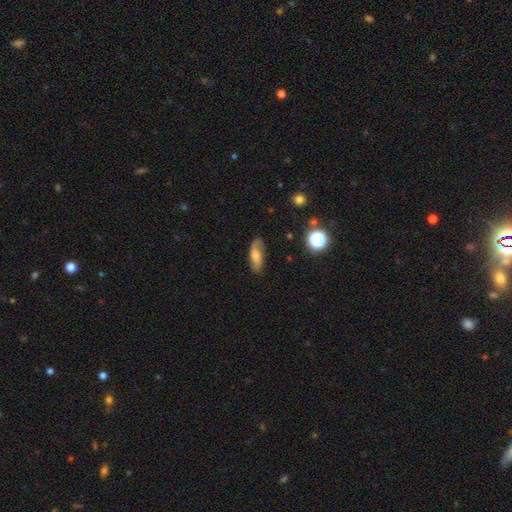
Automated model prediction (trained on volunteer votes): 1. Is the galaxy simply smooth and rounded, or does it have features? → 50% smooth, 41% featured or disk, 9% star or artifact.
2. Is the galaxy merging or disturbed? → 74% none, 19% minor disturbance, 5% major disturbance, 2% merger.